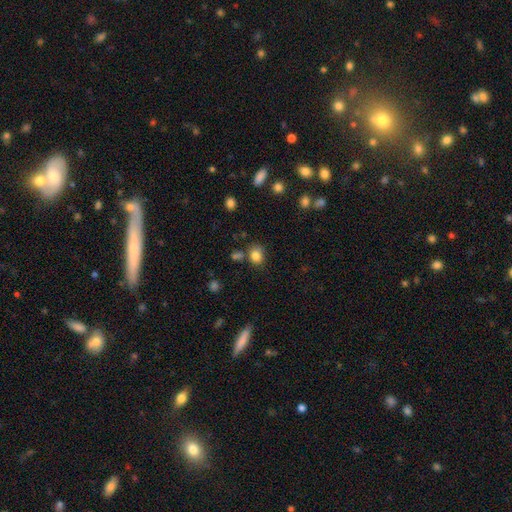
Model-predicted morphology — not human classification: Smooth or featured: smooth — 82% (star or artifact — 11%)
How rounded: round — 59% (in between — 40%)
Merging: none — 69% (minor disturbance — 18%)